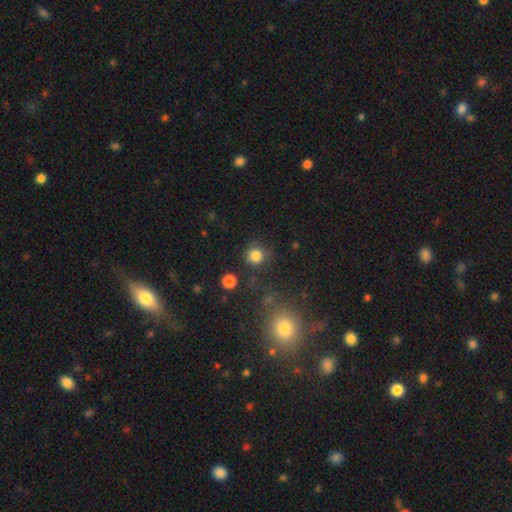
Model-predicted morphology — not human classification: smooth_or_featured: smooth (p=0.82) [alt: star or artifact p=0.13]
how_rounded: round (p=0.91) [alt: in between p=0.08]
merging: none (p=0.81) [alt: minor disturbance p=0.11]